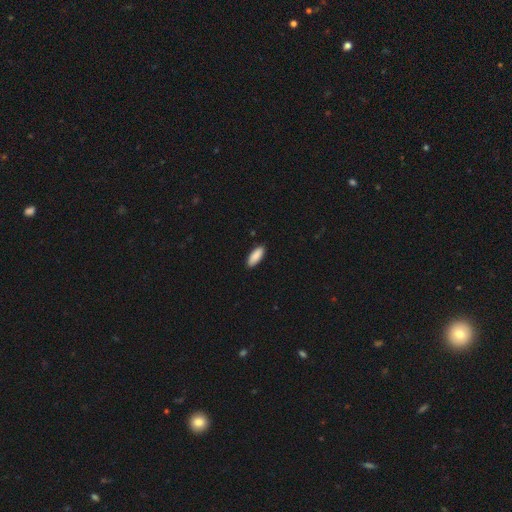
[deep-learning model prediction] Morphology: type=smooth (90%); roundness=in between (76%); merging=none (89%).